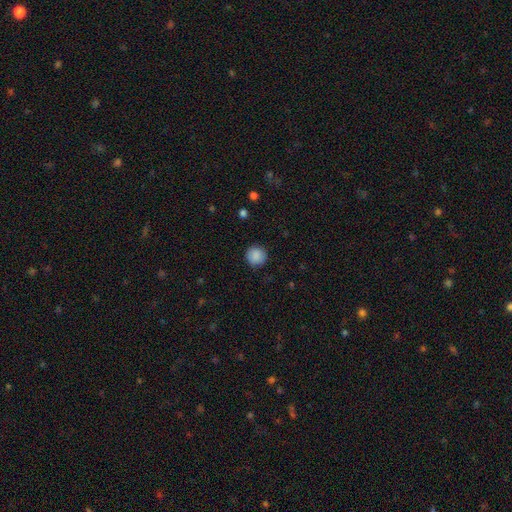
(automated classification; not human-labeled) Smooth or featured?
  - smooth: 88% *
  - star or artifact: 8%
  - featured or disk: 4%
How rounded?
  - round: 93% *
  - in between: 6%
  - cigar-shaped: 1%
Merging?
  - none: 88% *
  - minor disturbance: 8%
  - major disturbance: 2%
  - merger: 1%